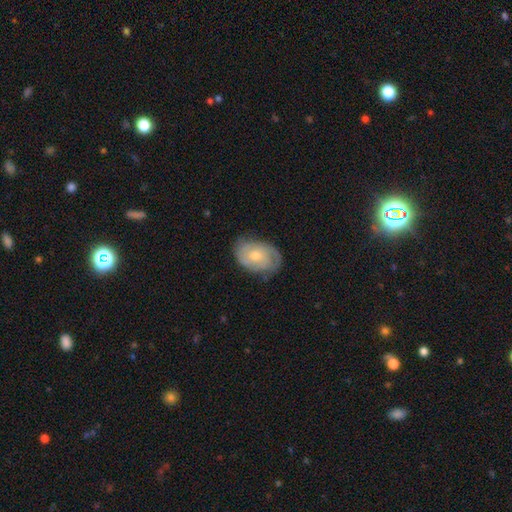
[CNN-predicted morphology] smooth-or-featured: featured or disk: 64% | smooth: 30% | star or artifact: 6%
  disk-edge-on: no: 96% | yes: 4%
    bar: no: 75% | weak: 22% | strong: 3%
    has-spiral-arms: yes: 85% | no: 15%
      spiral-winding: tight: 55% | medium: 34% | loose: 11%
      spiral-arm-count: 2: 50% | can't tell: 29% | 3: 10% | 1: 5% | 4: 3% | more than 4: 2%
    bulge-size: moderate: 50% | small: 45% | large: 2% | none: 2% | dominant: 1%
  merging: none: 70% | minor disturbance: 23% | major disturbance: 6% | merger: 1%